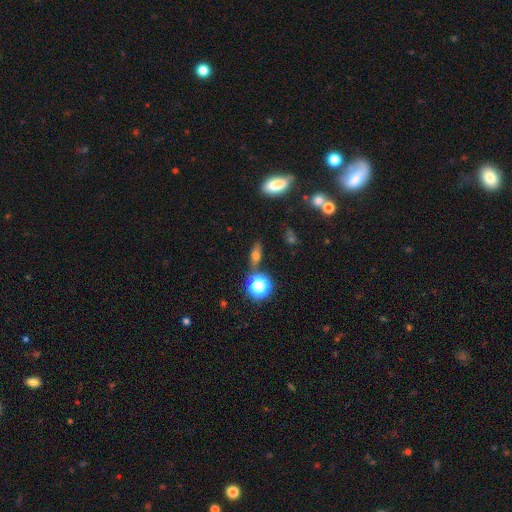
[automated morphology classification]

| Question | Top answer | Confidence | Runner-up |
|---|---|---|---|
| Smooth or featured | smooth | 55% | star or artifact (24%) |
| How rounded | in between | 56% | cigar-shaped (24%) |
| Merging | none | 77% | minor disturbance (13%) |